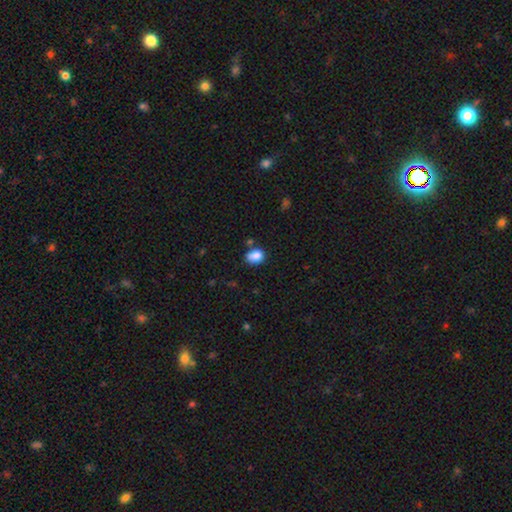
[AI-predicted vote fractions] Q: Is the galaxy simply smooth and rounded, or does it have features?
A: smooth — 86%.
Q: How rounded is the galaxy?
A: in between — 66%.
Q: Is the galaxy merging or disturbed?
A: none — 68%.